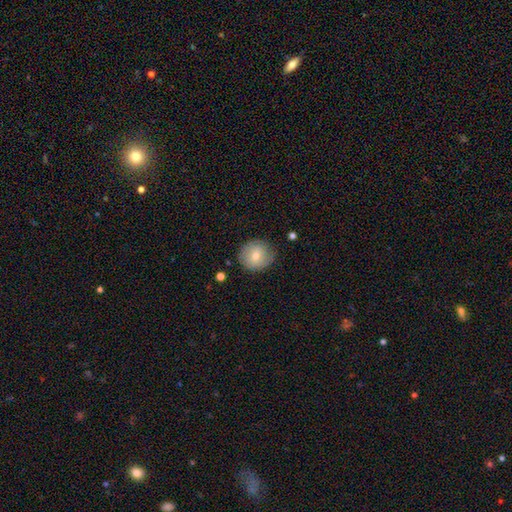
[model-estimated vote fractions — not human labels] smooth_or_featured: smooth (p=0.64) [alt: featured or disk p=0.27]
how_rounded: round (p=0.89) [alt: in between p=0.10]
merging: none (p=0.78) [alt: minor disturbance p=0.16]